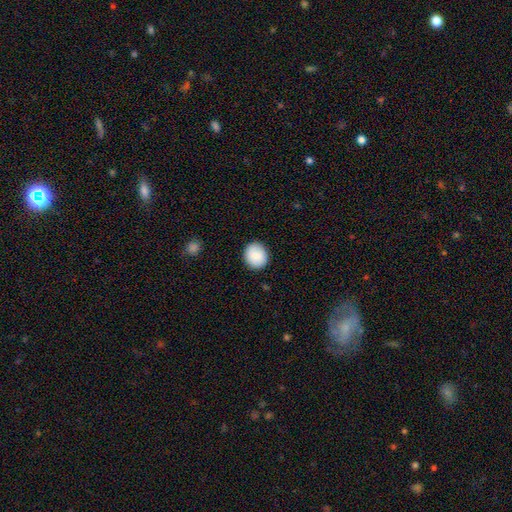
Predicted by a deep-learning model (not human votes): Smooth or featured: smooth — 86% (featured or disk — 7%)
How rounded: round — 81% (in between — 18%)
Merging: none — 90% (minor disturbance — 7%)